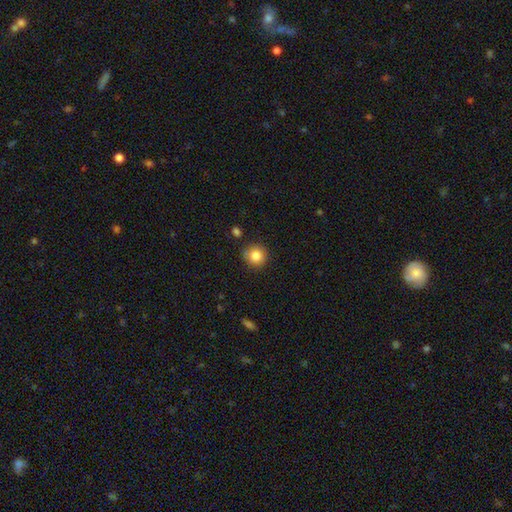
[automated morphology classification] A smooth galaxy with no disk features (84%) that is round (93%).

Vote fractions:
- Smooth or featured? smooth: 84% / star or artifact: 10% / featured or disk: 5%
- How rounded? round: 93% / in between: 7% / cigar-shaped: 1%
- Merging? none: 85% / minor disturbance: 10% / merger: 3% / major disturbance: 2%